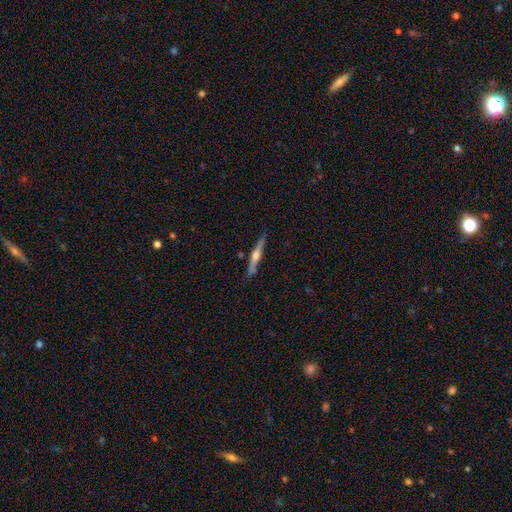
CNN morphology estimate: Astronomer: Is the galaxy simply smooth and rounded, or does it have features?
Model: featured or disk — 66%.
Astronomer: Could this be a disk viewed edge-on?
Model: yes — 97%.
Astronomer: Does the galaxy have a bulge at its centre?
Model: rounded — 85%.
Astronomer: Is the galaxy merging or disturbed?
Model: none — 84%.